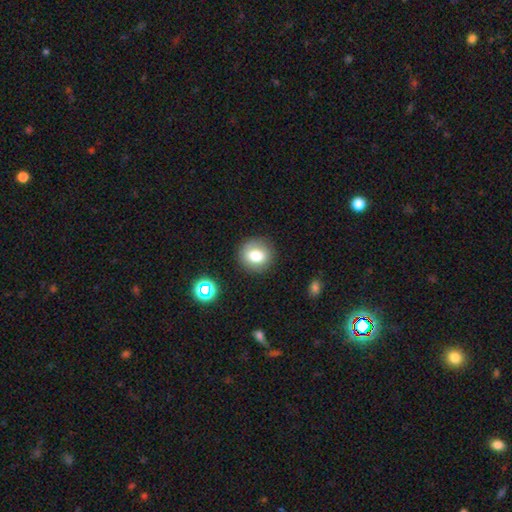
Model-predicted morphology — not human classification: This appears to be a smooth galaxy with no disk features (76%) that is round (80%). Merging: none (86%).